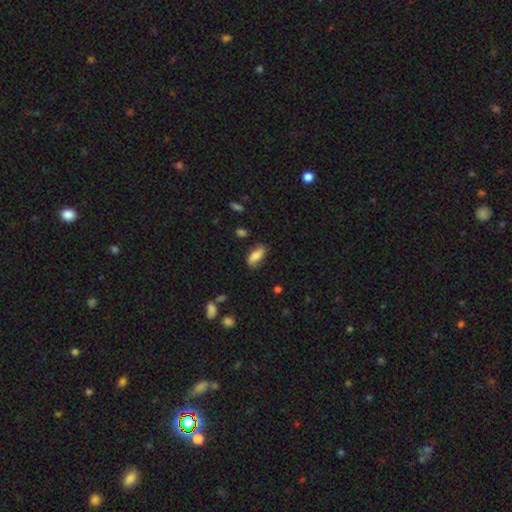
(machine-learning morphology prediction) Smooth or featured? Predicted: smooth (p=0.73). How rounded? Predicted: in between (p=0.81). Merging? Predicted: none (p=0.74).